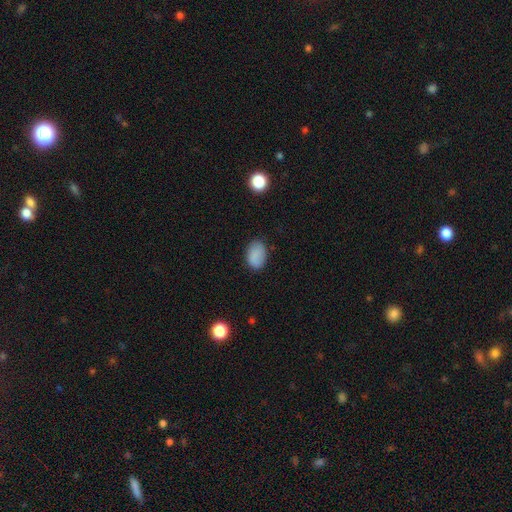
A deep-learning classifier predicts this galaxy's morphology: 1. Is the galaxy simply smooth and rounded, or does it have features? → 85% smooth, 9% star or artifact, 6% featured or disk.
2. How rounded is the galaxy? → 84% in between, 14% round, 1% cigar-shaped.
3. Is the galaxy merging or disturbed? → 81% none, 15% minor disturbance, 3% major disturbance, 1% merger.